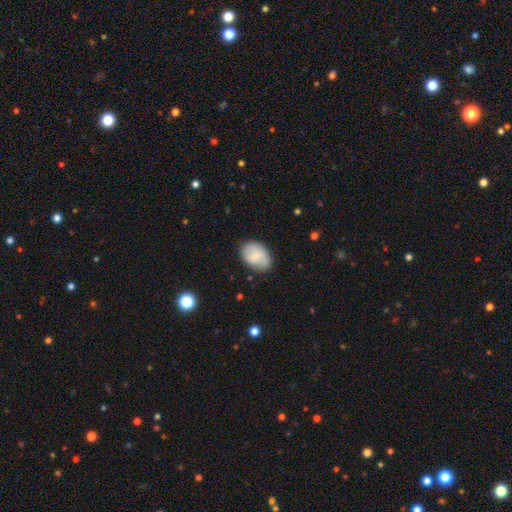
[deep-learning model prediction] Q: Smooth or featured?
A: smooth (72%); runner-up: featured or disk (21%)
Q: How rounded?
A: in between (80%); runner-up: round (18%)
Q: Merging?
A: none (77%); runner-up: minor disturbance (17%)